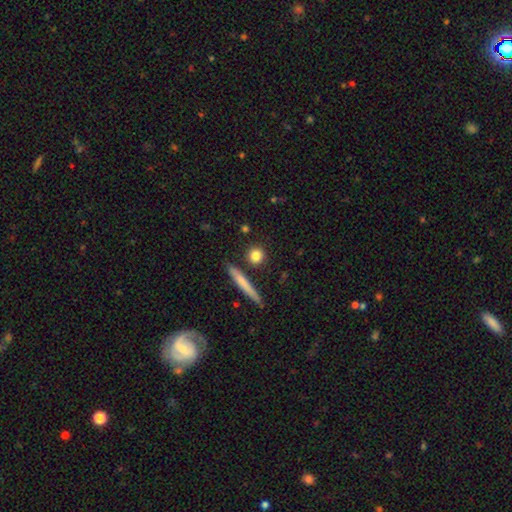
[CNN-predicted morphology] A smooth galaxy with no disk features (81%) that is round (81%).

Vote fractions:
- Smooth or featured? smooth: 81% / featured or disk: 10% / star or artifact: 8%
- How rounded? round: 81% / in between: 10% / cigar-shaped: 9%
- Merging? none: 85% / minor disturbance: 8% / merger: 5% / major disturbance: 2%